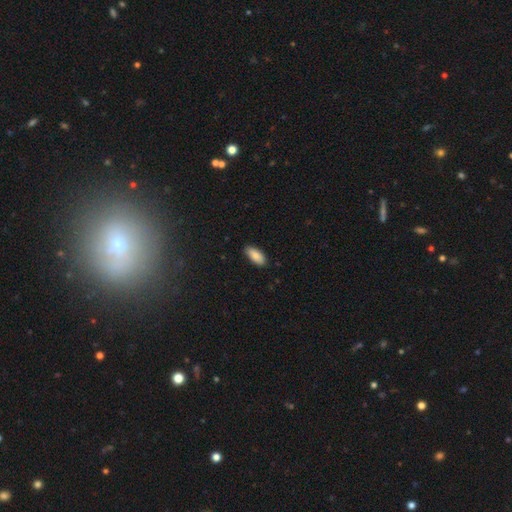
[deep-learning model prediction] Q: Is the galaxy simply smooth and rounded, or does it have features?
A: smooth — 88%.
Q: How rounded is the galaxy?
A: in between — 88%.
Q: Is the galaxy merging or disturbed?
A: none — 84%.